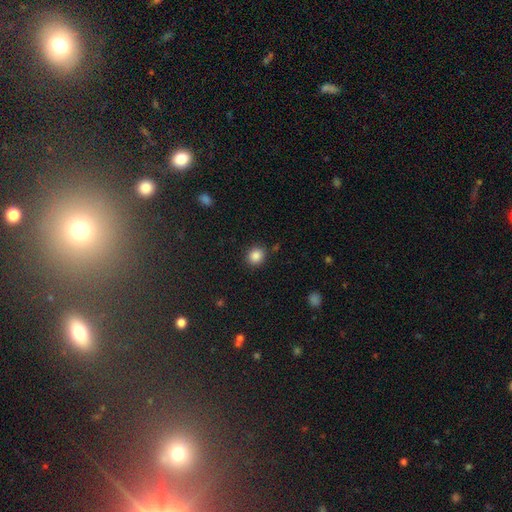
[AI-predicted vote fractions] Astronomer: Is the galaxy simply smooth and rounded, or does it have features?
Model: smooth — 86%.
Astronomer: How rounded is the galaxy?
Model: round — 73%.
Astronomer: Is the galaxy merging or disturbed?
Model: none — 86%.